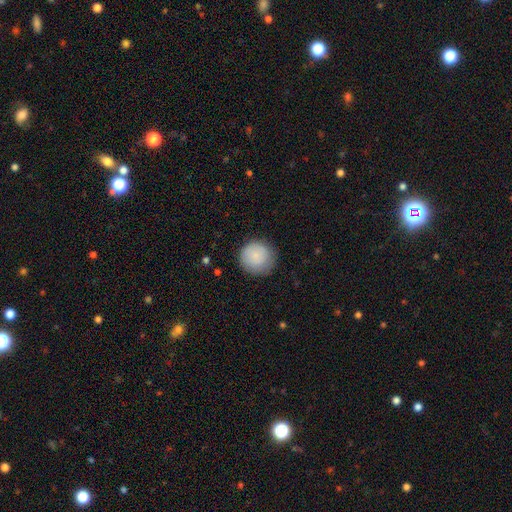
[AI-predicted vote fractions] A smooth galaxy with no disk features (86%) that is round (93%). Merging: none (81%).